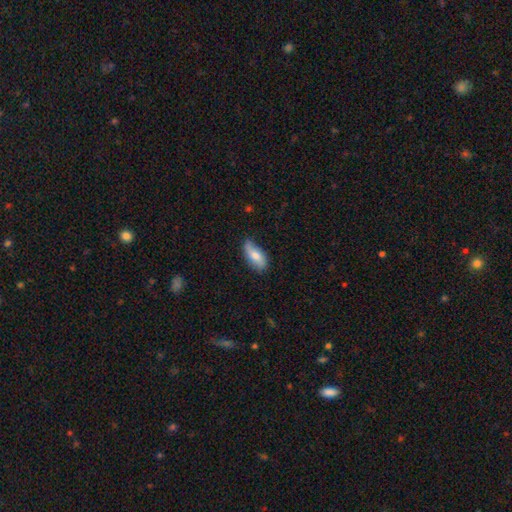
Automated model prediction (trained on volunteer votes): Q: Smooth or featured?
A: smooth (61%); runner-up: featured or disk (33%)
Q: How rounded?
A: in between (86%); runner-up: cigar-shaped (10%)
Q: Merging?
A: none (67%); runner-up: minor disturbance (26%)